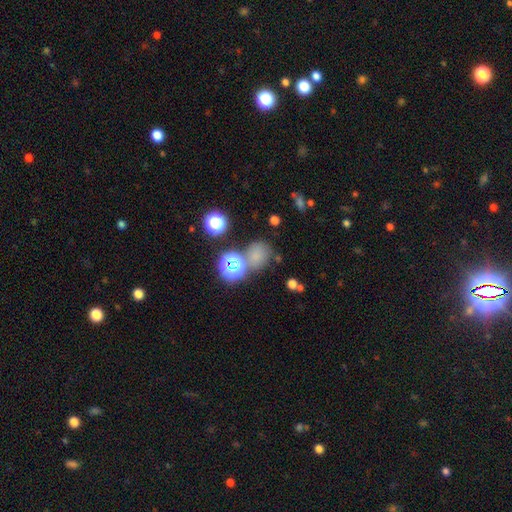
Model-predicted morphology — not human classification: smooth_or_featured: smooth (p=0.64) [alt: star or artifact p=0.28]
how_rounded: round (p=0.71) [alt: in between p=0.28]
merging: none (p=0.61) [alt: merger p=0.18]